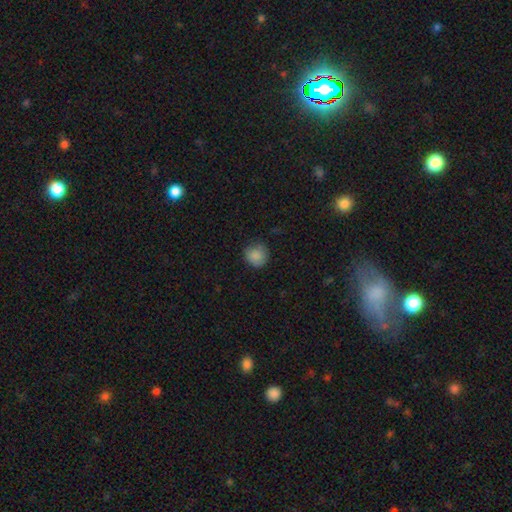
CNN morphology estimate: smooth-or-featured: smooth: 86% | star or artifact: 9% | featured or disk: 5%
  how-rounded: round: 87% | in between: 12% | cigar-shaped: 1%
  merging: none: 75% | minor disturbance: 20% | major disturbance: 4% | merger: 1%